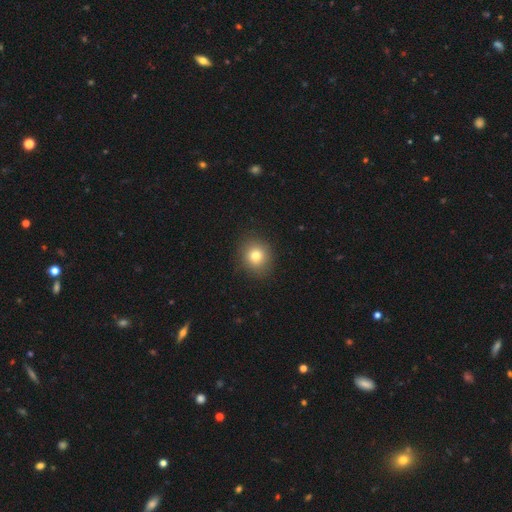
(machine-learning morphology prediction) Smooth or featured?
  - smooth: 78% *
  - star or artifact: 13%
  - featured or disk: 9%
How rounded?
  - round: 80% *
  - in between: 19%
  - cigar-shaped: 1%
Merging?
  - none: 89% *
  - minor disturbance: 8%
  - major disturbance: 3%
  - merger: 1%